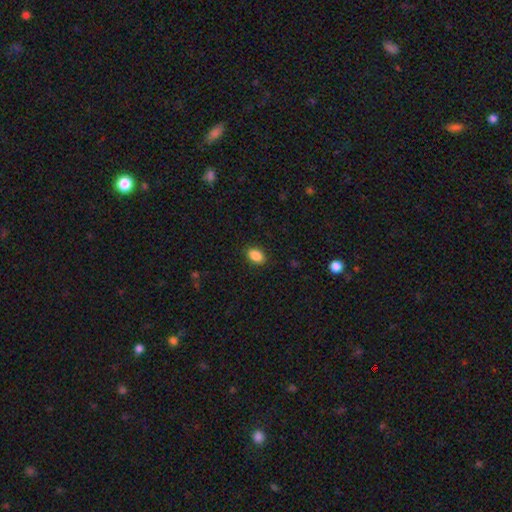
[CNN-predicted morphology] Q: Smooth or featured?
A: smooth (87%); runner-up: star or artifact (8%)
Q: How rounded?
A: in between (85%); runner-up: round (13%)
Q: Merging?
A: none (89%); runner-up: minor disturbance (8%)